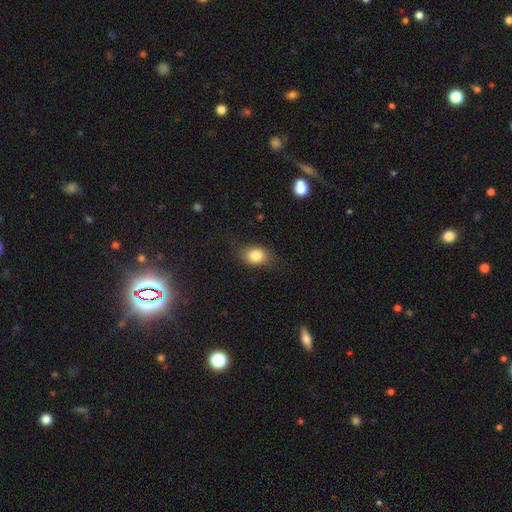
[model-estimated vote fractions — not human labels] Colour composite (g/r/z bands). It shows a smooth galaxy with no disk features (83%) that is in between round and cigar-shaped (66%). Merging: none (75%).